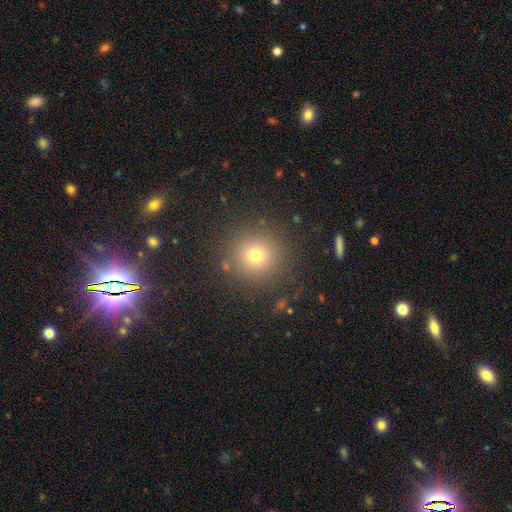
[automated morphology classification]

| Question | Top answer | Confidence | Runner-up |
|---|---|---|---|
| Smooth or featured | smooth | 72% | star or artifact (19%) |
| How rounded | round | 92% | in between (7%) |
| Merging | none | 87% | minor disturbance (7%) |